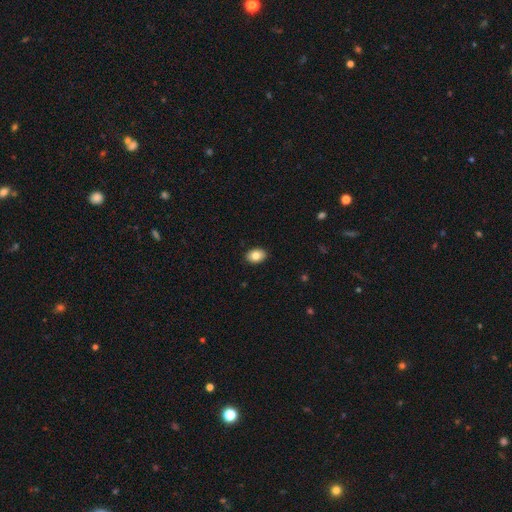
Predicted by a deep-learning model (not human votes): The model was most divided on "how rounded": in between: 78%, round: 21%, cigar-shaped: 1%. More confident: merging — none (90%); smooth or featured — smooth (84%).